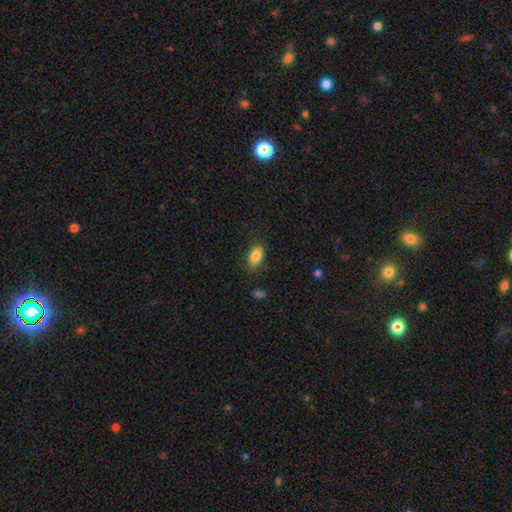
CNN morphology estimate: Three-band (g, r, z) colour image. It shows a smooth galaxy with no disk features (85%) that is in between round and cigar-shaped (88%). Merging: none (80%).